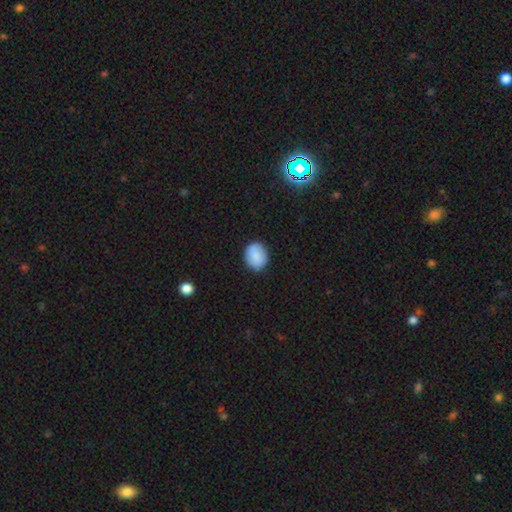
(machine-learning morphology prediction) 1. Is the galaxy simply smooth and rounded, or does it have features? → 87% smooth, 7% star or artifact, 6% featured or disk.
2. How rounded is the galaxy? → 51% round, 48% in between, 1% cigar-shaped.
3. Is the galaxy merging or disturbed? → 87% none, 10% minor disturbance, 2% major disturbance, 1% merger.